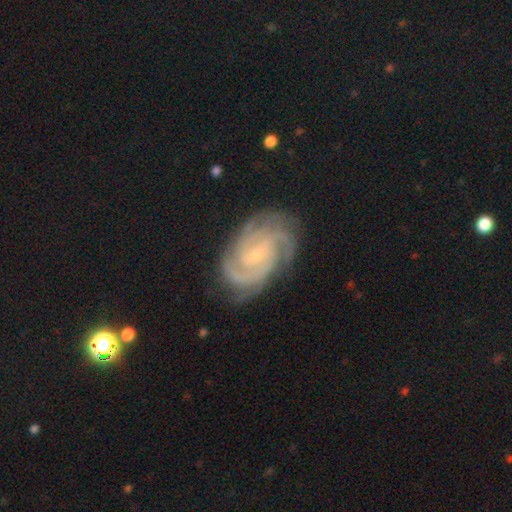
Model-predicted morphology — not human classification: Q: Smooth or featured?
A: featured or disk (91%); runner-up: star or artifact (5%)
Q: Edge-on disk?
A: no (98%); runner-up: yes (2%)
Q: Bar?
A: no (53%); runner-up: weak (37%)
Q: Spiral arms?
A: yes (99%); runner-up: no (1%)
Q: Spiral winding?
A: tight (69%); runner-up: medium (28%)
Q: Spiral arm count?
A: 3 (33%); runner-up: 4 (22%)
Q: Bulge size?
A: small (77%); runner-up: moderate (17%)
Q: Merging?
A: none (80%); runner-up: minor disturbance (15%)